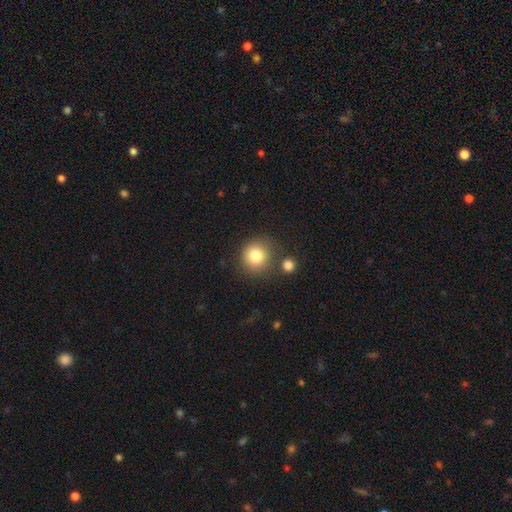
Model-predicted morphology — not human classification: Smooth or featured?
  - smooth: 81% *
  - star or artifact: 11%
  - featured or disk: 8%
How rounded?
  - round: 90% *
  - in between: 9%
  - cigar-shaped: 1%
Merging?
  - none: 75% *
  - minor disturbance: 11%
  - merger: 10%
  - major disturbance: 4%